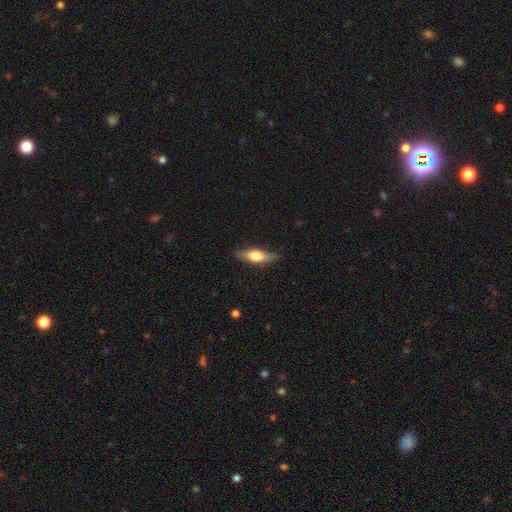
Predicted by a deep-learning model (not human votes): This appears to be a smooth galaxy with no disk features (51%) that is cigar-shaped (53%). Merging: none (84%).